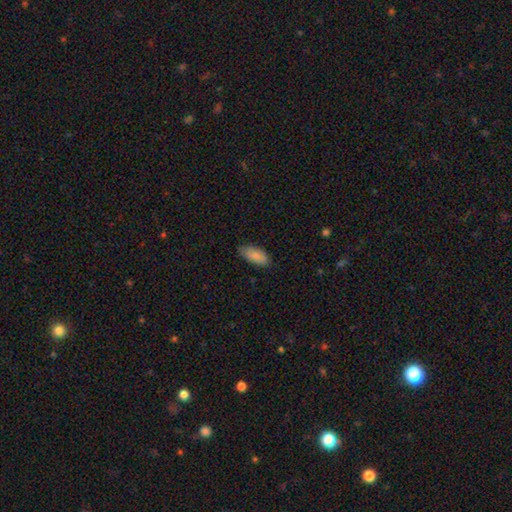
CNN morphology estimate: This appears to be a smooth galaxy with no disk features (87%) that is in between round and cigar-shaped (88%). Merging: none (79%).